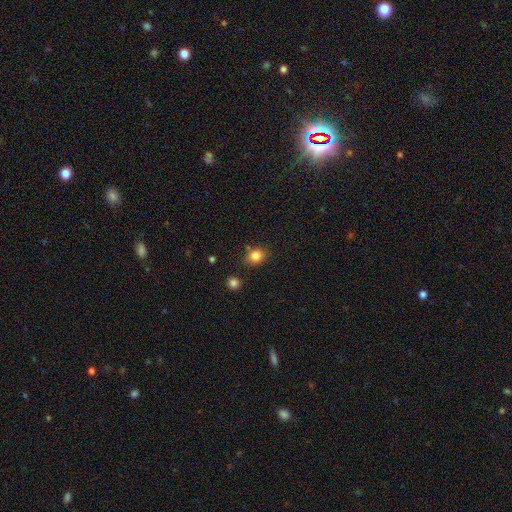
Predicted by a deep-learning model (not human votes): A smooth galaxy with no disk features (85%) that is round (63%). Merging: none (81%).